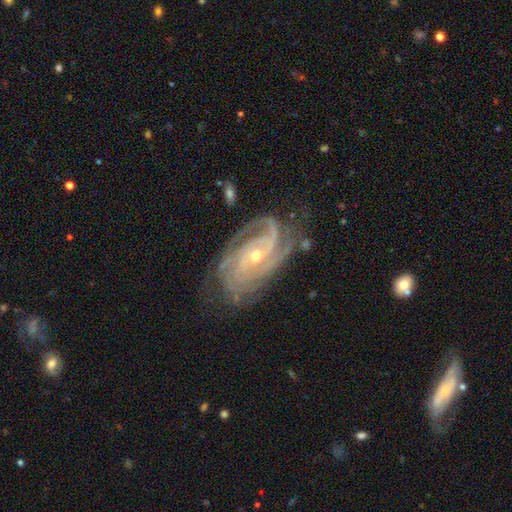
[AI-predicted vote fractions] Morphology: type=featured or disk (92%); edge-on=no (97%); bar=no (58%); spiral arms=yes (98%); winding=tight (69%); arm count=3 (36%); bulge=small (62%); merging=none (70%).